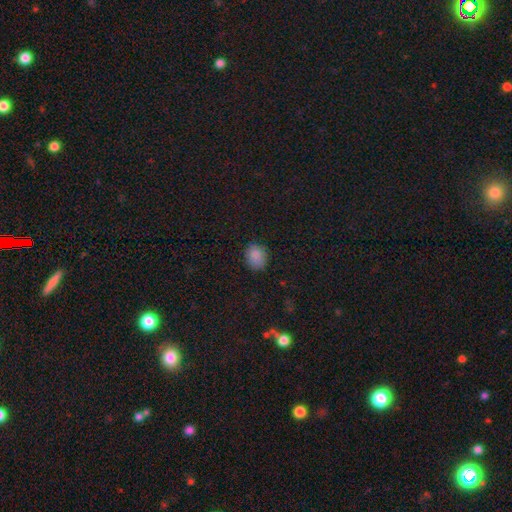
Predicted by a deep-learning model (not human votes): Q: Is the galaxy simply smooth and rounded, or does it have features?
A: smooth — 86%.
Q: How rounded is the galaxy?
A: in between — 52%.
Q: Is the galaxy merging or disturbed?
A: none — 81%.